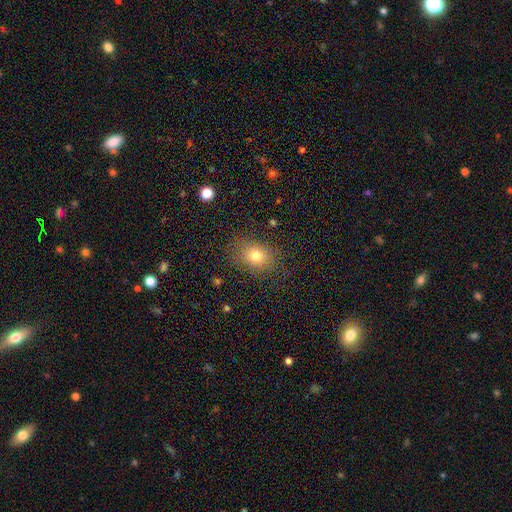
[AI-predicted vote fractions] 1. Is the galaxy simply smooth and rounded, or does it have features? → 77% smooth, 13% star or artifact, 10% featured or disk.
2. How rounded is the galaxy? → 57% in between, 42% round, 1% cigar-shaped.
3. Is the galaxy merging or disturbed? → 80% none, 13% minor disturbance, 6% major disturbance, 1% merger.